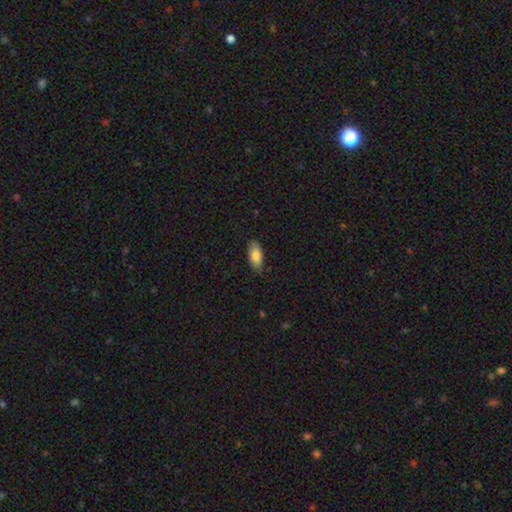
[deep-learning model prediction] This appears to be a smooth galaxy with no disk features (83%) that is in between round and cigar-shaped (86%). Merging: none (84%).